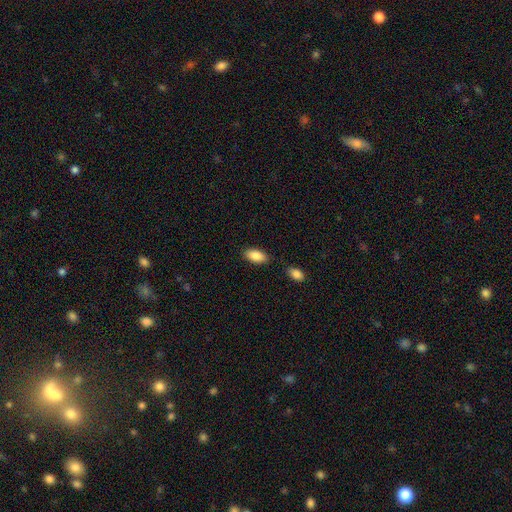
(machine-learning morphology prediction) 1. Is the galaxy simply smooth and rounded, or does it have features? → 87% smooth, 7% star or artifact, 6% featured or disk.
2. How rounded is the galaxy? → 93% in between, 4% cigar-shaped, 3% round.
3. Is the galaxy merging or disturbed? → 82% none, 11% minor disturbance, 4% merger, 2% major disturbance.